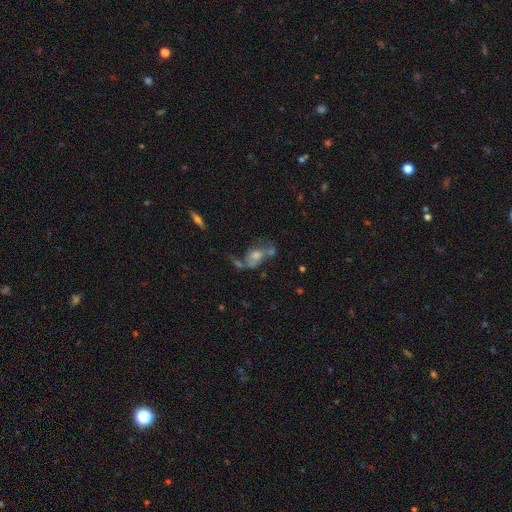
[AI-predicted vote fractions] Q: Smooth or featured?
A: featured or disk (54%); runner-up: smooth (29%)
Q: Edge-on disk?
A: no (90%); runner-up: yes (10%)
Q: Merging?
A: none (32%); runner-up: merger (28%)